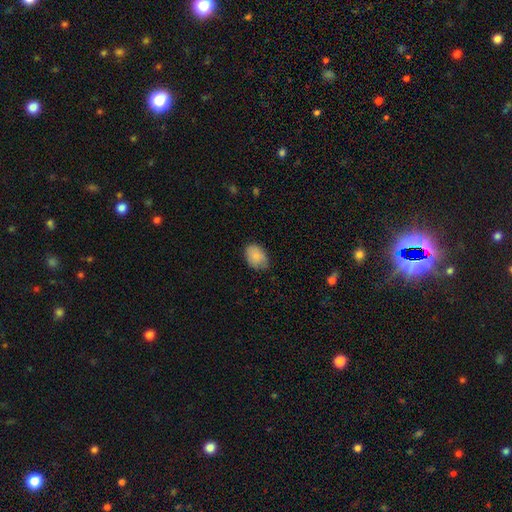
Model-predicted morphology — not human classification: Q: Smooth or featured?
A: smooth (82%); runner-up: featured or disk (11%)
Q: How rounded?
A: in between (77%); runner-up: round (22%)
Q: Merging?
A: none (70%); runner-up: minor disturbance (25%)